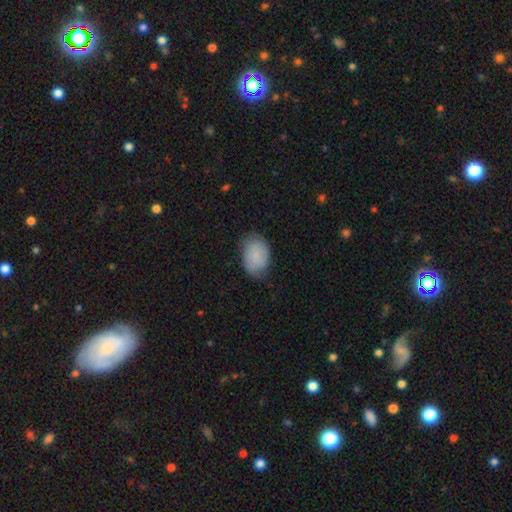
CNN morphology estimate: Smooth or featured?
  - smooth: 81% *
  - featured or disk: 12%
  - star or artifact: 7%
How rounded?
  - in between: 82% *
  - round: 17%
  - cigar-shaped: 1%
Merging?
  - none: 67% *
  - minor disturbance: 26%
  - major disturbance: 6%
  - merger: 1%